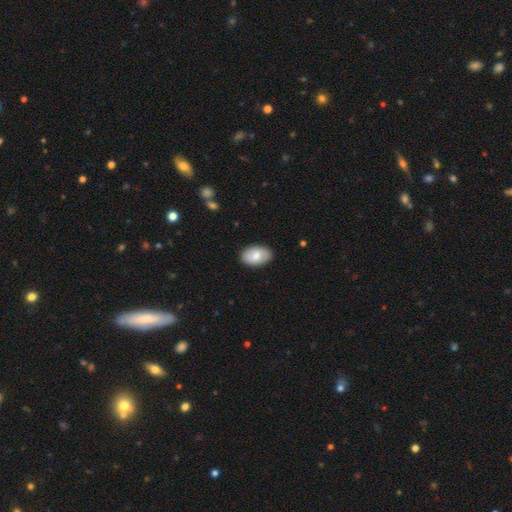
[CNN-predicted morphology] The model was most divided on "smooth or featured": smooth: 73%, featured or disk: 21%, star or artifact: 6%. More confident: how rounded — in between (91%); merging — none (86%).